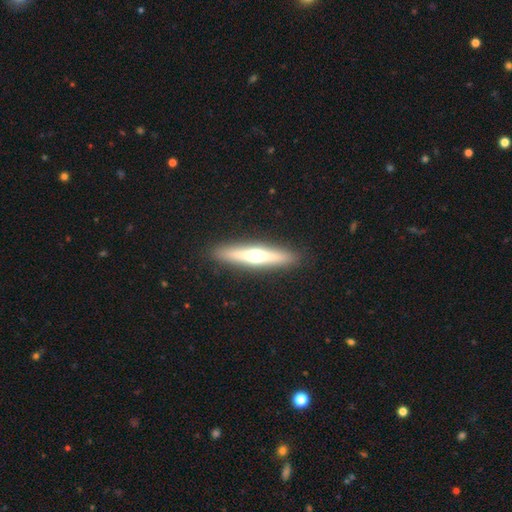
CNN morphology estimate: Q: Smooth or featured?
A: featured or disk (55%); runner-up: smooth (39%)
Q: Edge-on disk?
A: yes (94%); runner-up: no (6%)
Q: Edge-on bulge?
A: rounded (90%); runner-up: none (6%)
Q: Merging?
A: none (91%); runner-up: minor disturbance (6%)